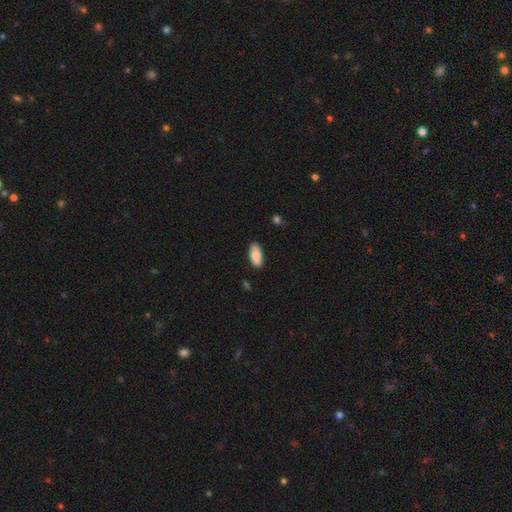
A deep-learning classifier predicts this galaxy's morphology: Smooth or featured? Predicted: smooth (p=0.86). How rounded? Predicted: in between (p=0.90). Merging? Predicted: none (p=0.84).